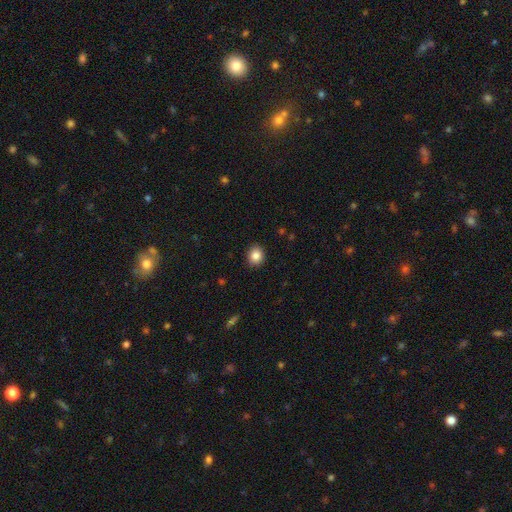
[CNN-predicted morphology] A smooth galaxy with no disk features (85%) that is round (68%).

Vote fractions:
- Smooth or featured? smooth: 85% / star or artifact: 9% / featured or disk: 5%
- How rounded? round: 68% / in between: 31% / cigar-shaped: 1%
- Merging? none: 90% / minor disturbance: 7% / major disturbance: 2% / merger: 1%